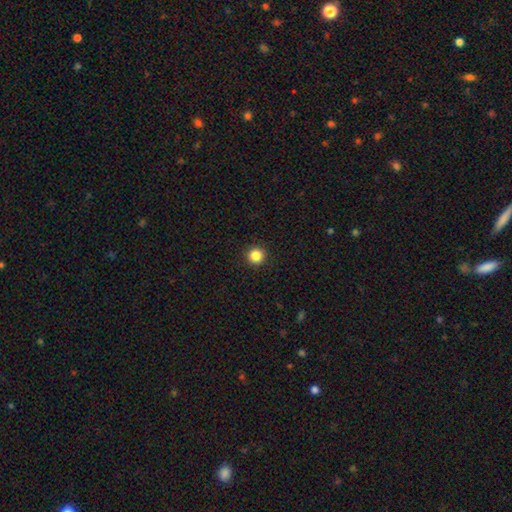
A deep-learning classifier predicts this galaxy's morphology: This is clearly a smooth galaxy (86%). How rounded: clearly round (96%). Merging: clearly none (93%).